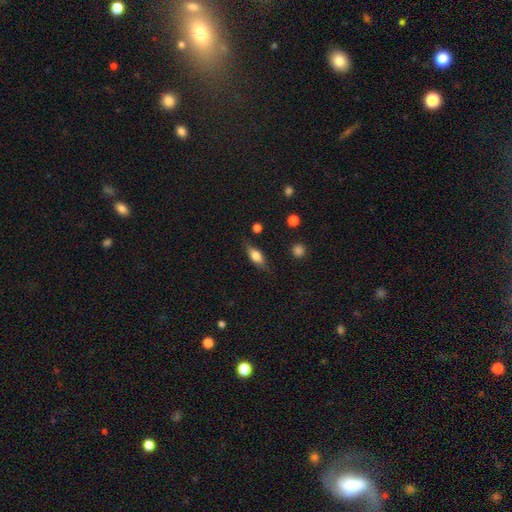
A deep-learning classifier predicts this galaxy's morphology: A smooth galaxy with no disk features (62%) that is in between round and cigar-shaped (72%). Merging: none (76%).